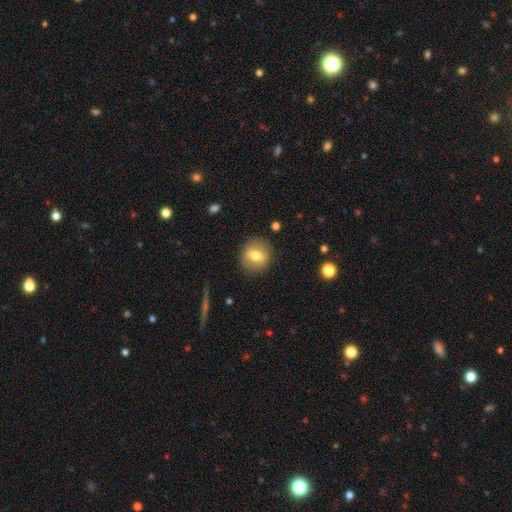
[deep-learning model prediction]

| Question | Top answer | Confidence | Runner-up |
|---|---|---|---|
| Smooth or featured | smooth | 67% | featured or disk (24%) |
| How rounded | round | 81% | in between (17%) |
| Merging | none | 88% | minor disturbance (8%) |